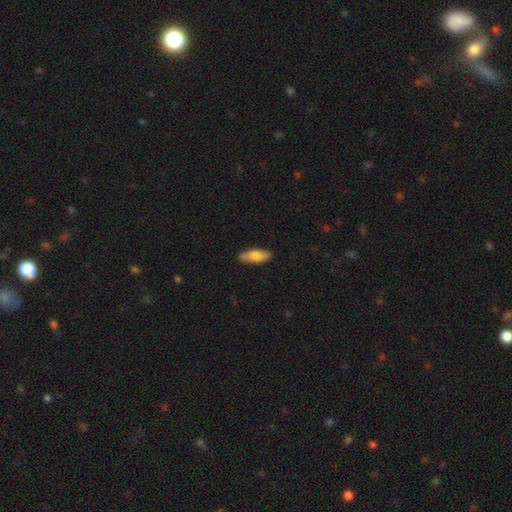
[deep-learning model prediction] Overall: smooth (79%). How rounded: in between (67%; cigar-shaped 31%). Merging: none (86%).